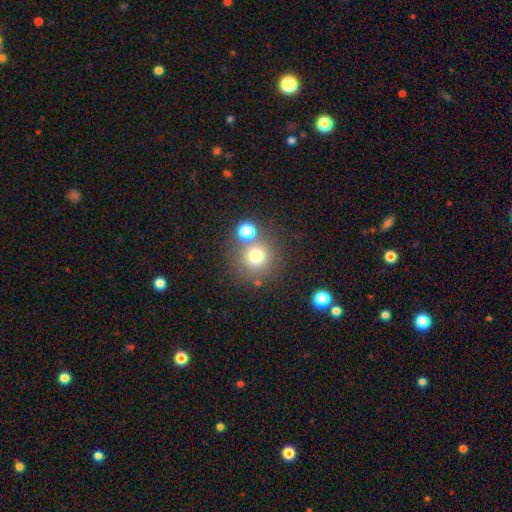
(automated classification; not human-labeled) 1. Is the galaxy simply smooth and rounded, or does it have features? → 73% smooth, 16% star or artifact, 11% featured or disk.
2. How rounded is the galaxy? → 94% round, 5% in between, 1% cigar-shaped.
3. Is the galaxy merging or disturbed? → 70% none, 17% merger, 8% minor disturbance, 4% major disturbance.